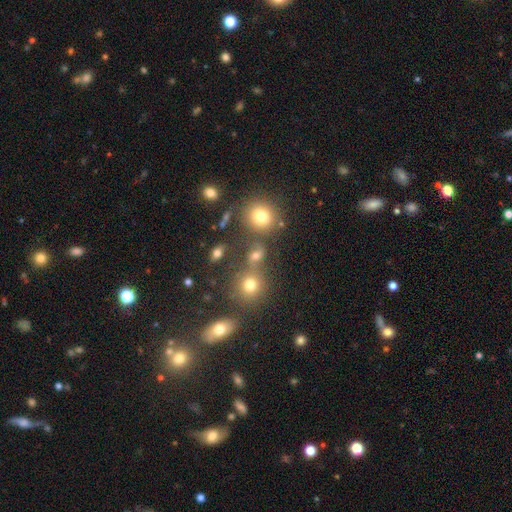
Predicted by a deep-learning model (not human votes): A smooth galaxy with no disk features (68%) that is round (66%). Merging: none (55%).